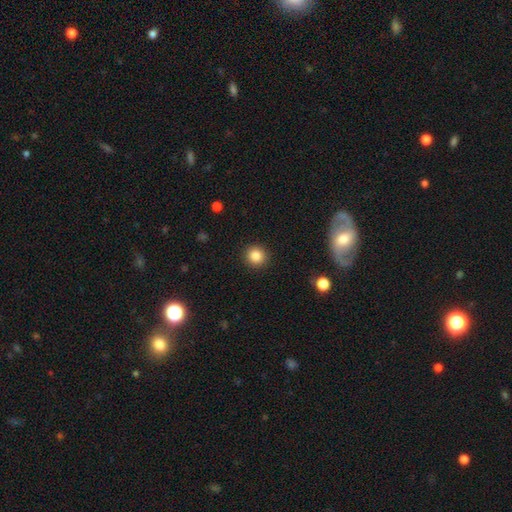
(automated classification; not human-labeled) Q: Smooth or featured?
A: smooth (84%); runner-up: star or artifact (11%)
Q: How rounded?
A: round (92%); runner-up: in between (7%)
Q: Merging?
A: none (92%); runner-up: minor disturbance (5%)